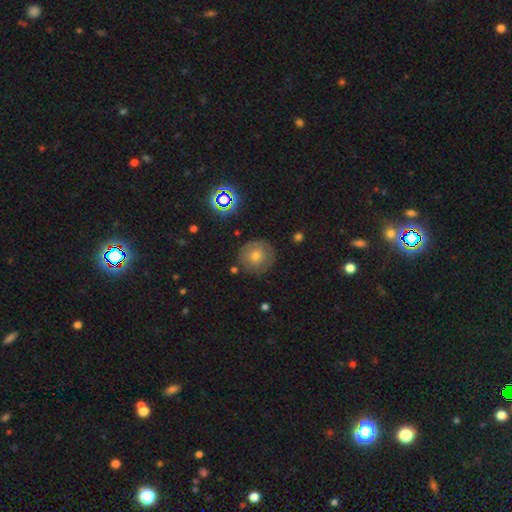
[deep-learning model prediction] smooth_or_featured: smooth (p=0.58) [alt: featured or disk p=0.24]
how_rounded: round (p=0.94) [alt: in between p=0.05]
merging: none (p=0.83) [alt: minor disturbance p=0.11]